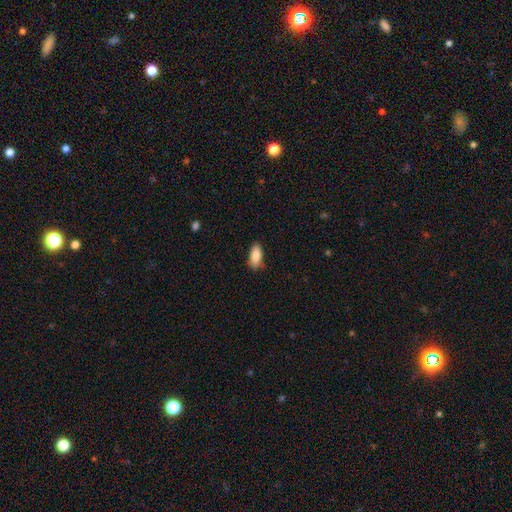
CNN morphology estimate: smooth-or-featured: smooth: 87% | featured or disk: 7% | star or artifact: 7%
  how-rounded: in between: 89% | cigar-shaped: 9% | round: 2%
  merging: none: 82% | minor disturbance: 14% | major disturbance: 2% | merger: 1%